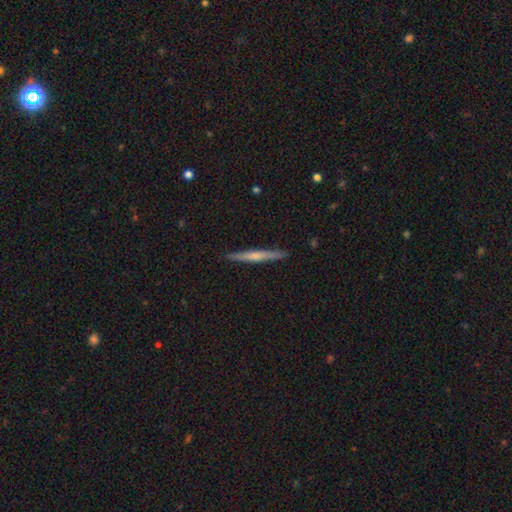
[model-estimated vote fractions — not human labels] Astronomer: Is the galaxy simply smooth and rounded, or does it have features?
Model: featured or disk — 51% (runner-up: smooth, 43%).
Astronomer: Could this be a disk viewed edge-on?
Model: yes — 97%.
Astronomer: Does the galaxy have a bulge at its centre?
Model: rounded — 47% (runner-up: none, 44%).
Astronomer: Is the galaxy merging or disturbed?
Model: none — 91%.